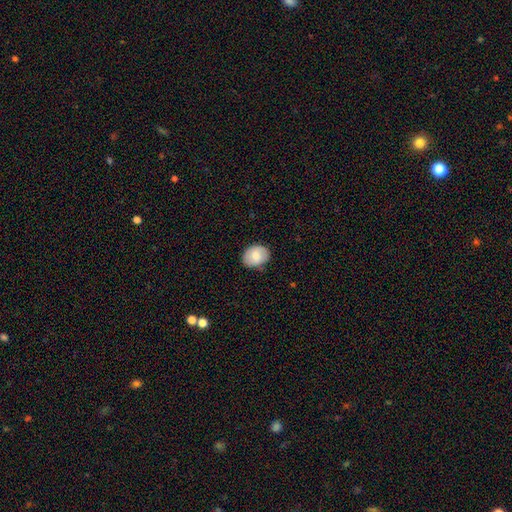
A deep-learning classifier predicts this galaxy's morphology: A smooth galaxy with no disk features (77%) that is in between round and cigar-shaped (56%).

Vote fractions:
- Smooth or featured? smooth: 77% / featured or disk: 16% / star or artifact: 7%
- How rounded? in between: 56% / round: 43% / cigar-shaped: 1%
- Merging? none: 82% / minor disturbance: 14% / major disturbance: 3% / merger: 1%